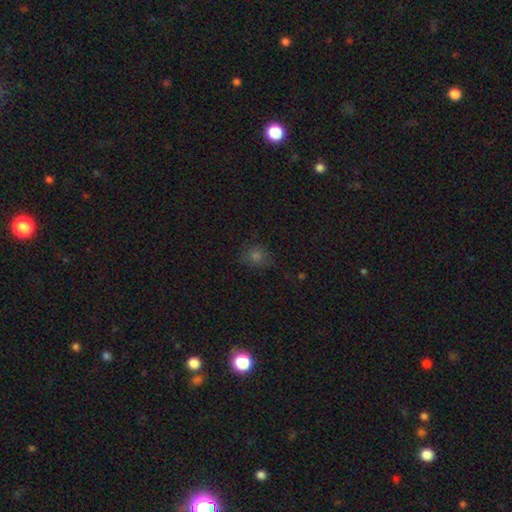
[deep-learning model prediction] Smooth or featured? smooth (63%)
How rounded? round (78%)
Merging? none (80%)